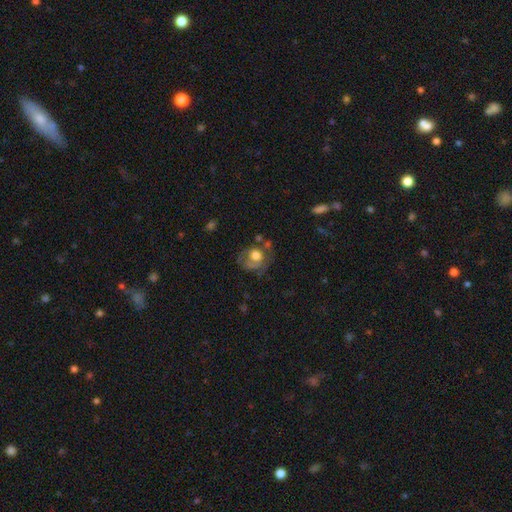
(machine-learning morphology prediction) Q: Smooth or featured?
A: smooth (54%); runner-up: featured or disk (38%)
Q: How rounded?
A: round (71%); runner-up: in between (28%)
Q: Merging?
A: none (43%); runner-up: minor disturbance (25%)